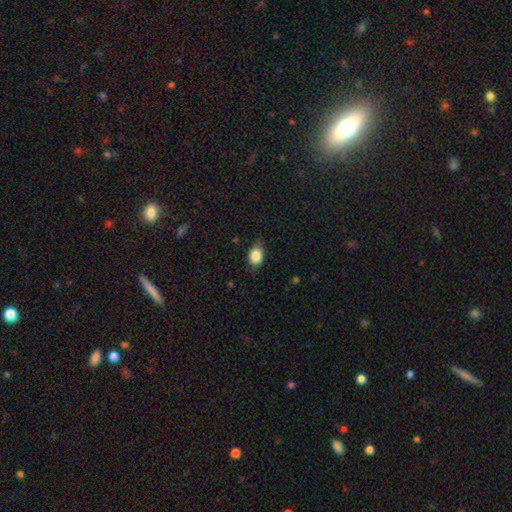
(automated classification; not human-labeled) smooth_or_featured: smooth (p=0.85) [alt: star or artifact p=0.08]
how_rounded: in between (p=0.70) [alt: round p=0.28]
merging: none (p=0.74) [alt: minor disturbance p=0.21]